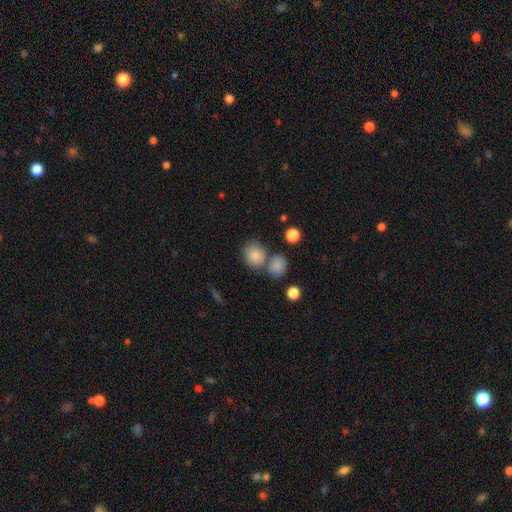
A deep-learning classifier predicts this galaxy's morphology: Q: Smooth or featured?
A: smooth (85%); runner-up: star or artifact (9%)
Q: How rounded?
A: round (73%); runner-up: in between (26%)
Q: Merging?
A: none (55%); runner-up: merger (30%)